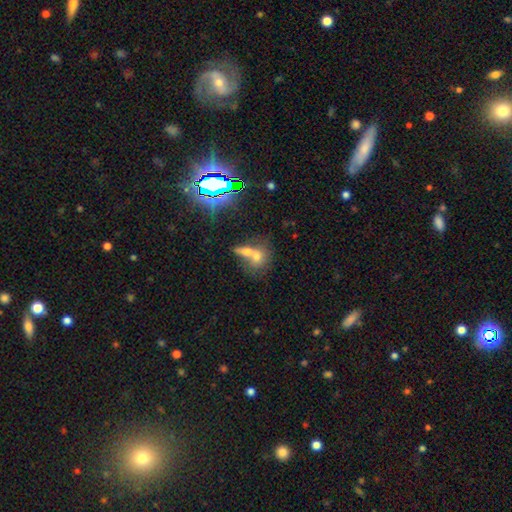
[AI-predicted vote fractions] Smooth or featured?
  - smooth: 54% *
  - star or artifact: 24%
  - featured or disk: 22%
How rounded?
  - in between: 48% *
  - round: 47%
  - cigar-shaped: 5%
Merging?
  - merger: 66% *
  - none: 24%
  - minor disturbance: 6%
  - major disturbance: 5%